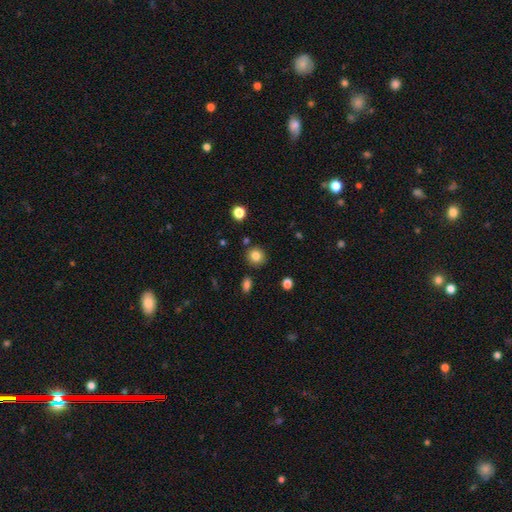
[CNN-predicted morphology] Smooth or featured? Predicted: smooth (p=0.83). How rounded? Predicted: round (p=0.89). Merging? Predicted: none (p=0.86).